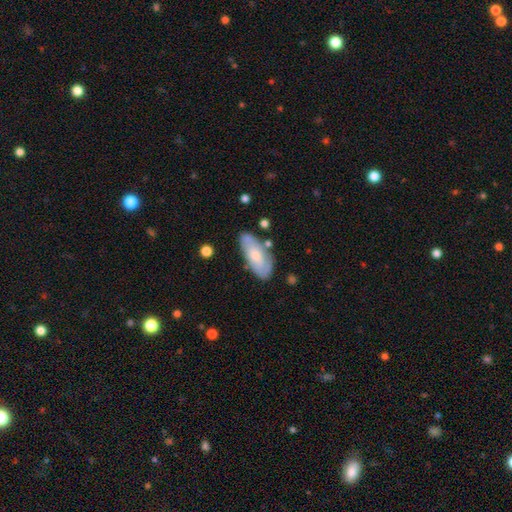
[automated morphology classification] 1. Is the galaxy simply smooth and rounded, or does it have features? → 58% smooth, 36% featured or disk, 6% star or artifact.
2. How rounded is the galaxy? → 83% in between, 15% cigar-shaped, 2% round.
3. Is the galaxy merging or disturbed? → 71% none, 20% minor disturbance, 5% major disturbance, 4% merger.